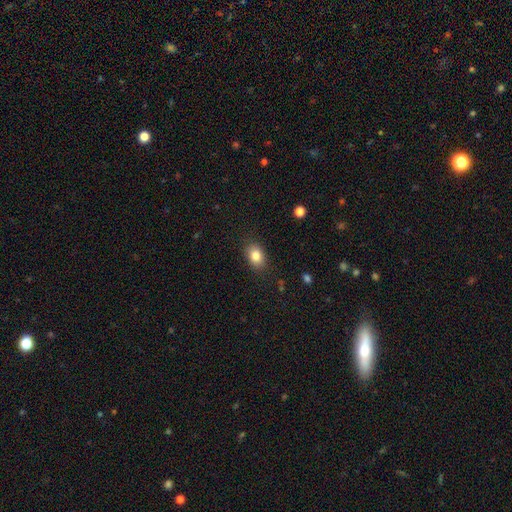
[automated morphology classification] The model was most divided on "how rounded": in between: 76%, round: 23%, cigar-shaped: 1%. More confident: merging — none (86%); smooth or featured — smooth (83%).